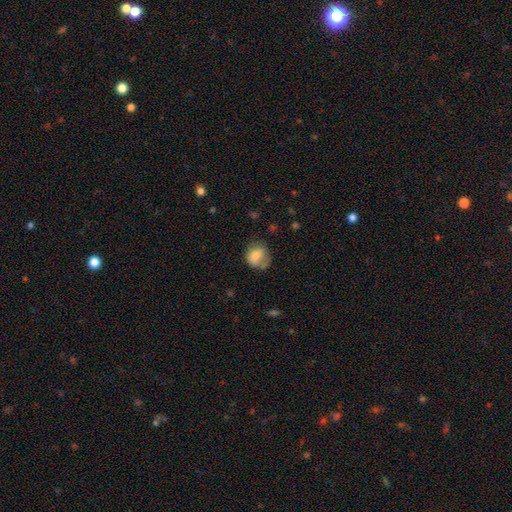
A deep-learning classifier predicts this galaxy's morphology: A smooth galaxy with no disk features (75%) that is round (61%). Merging: none (48%).